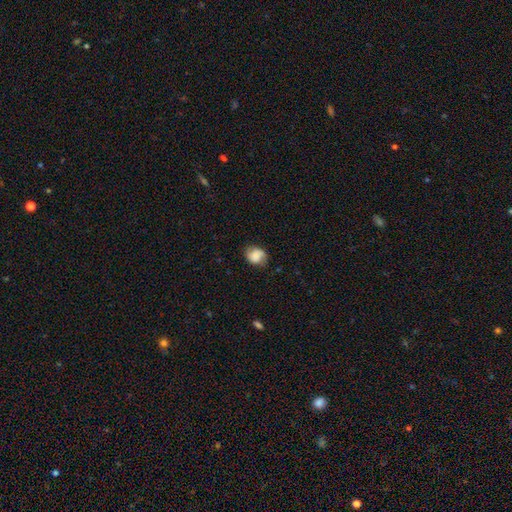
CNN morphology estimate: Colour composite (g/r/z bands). It shows a smooth galaxy with no disk features (69%) that is round (55%). Merging: none (68%).